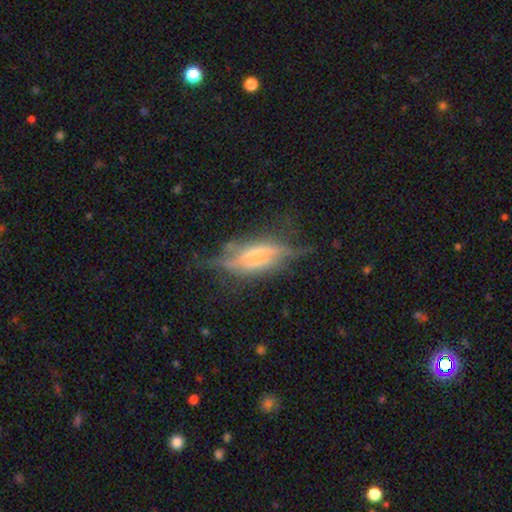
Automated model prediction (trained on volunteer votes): This is likely a featured or disk galaxy (69%). It is clearly viewed edge-on (82%). Edge-on bulge: possibly rounded (56%). Merging: possibly none (57%).